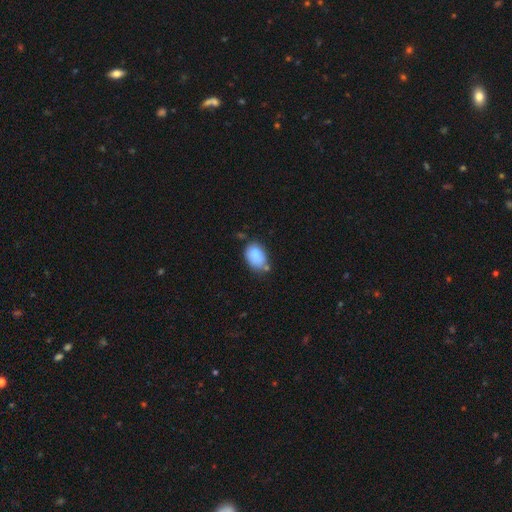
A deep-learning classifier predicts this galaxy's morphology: type=smooth (86%); roundness=in between (83%); merging=none (58%).